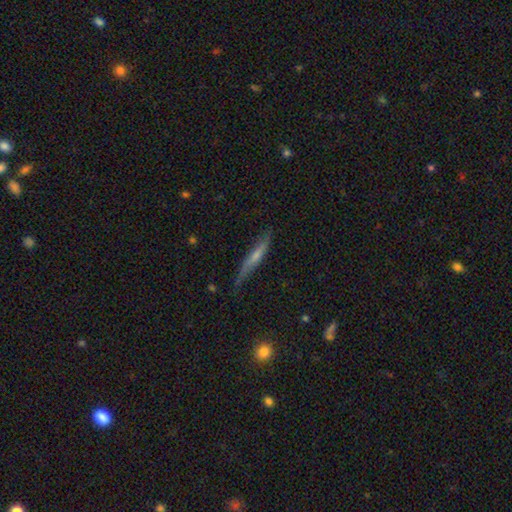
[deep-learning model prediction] Overall: featured or disk (58%; smooth 35%). Edge-on disk: yes (88%). Edge-on bulge: rounded (53%; none 38%). Merging: none (68%).